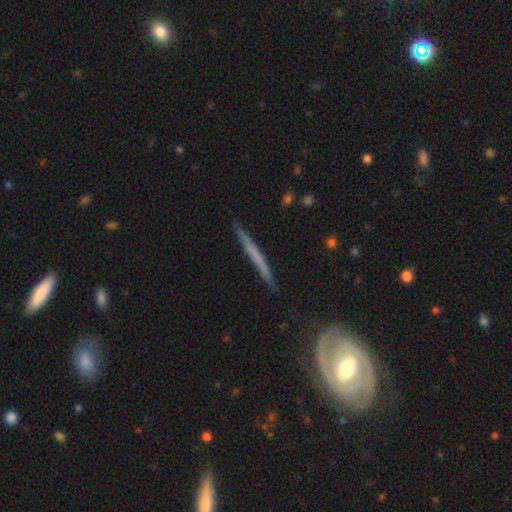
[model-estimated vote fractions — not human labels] The model was most divided on "smooth or featured": featured or disk: 55%, smooth: 39%, star or artifact: 6%. More confident: edge-on disk — yes (94%); merging — none (87%); edge-on bulge — none (85%).